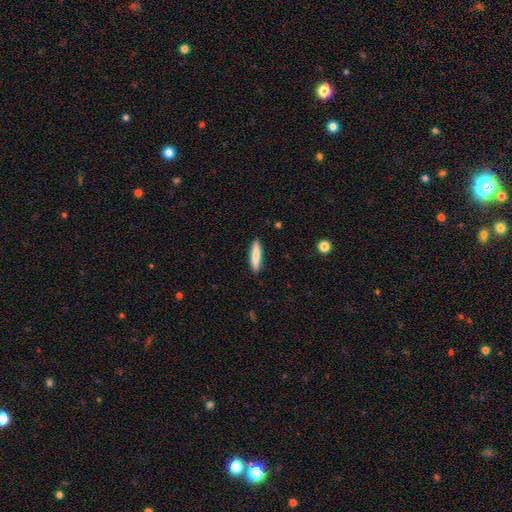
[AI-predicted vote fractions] Smooth or featured? Predicted: smooth (p=0.83). How rounded? Predicted: cigar-shaped (p=0.87). Merging? Predicted: none (p=0.89).